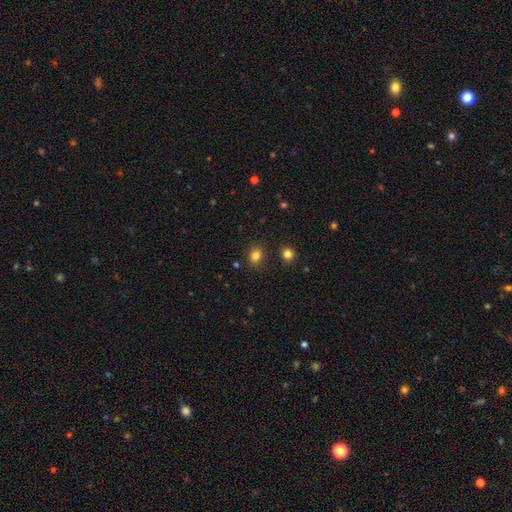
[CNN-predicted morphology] The model was most divided on "how rounded": round: 54%, in between: 45%, cigar-shaped: 1%. More confident: merging — none (86%); smooth or featured — smooth (83%).